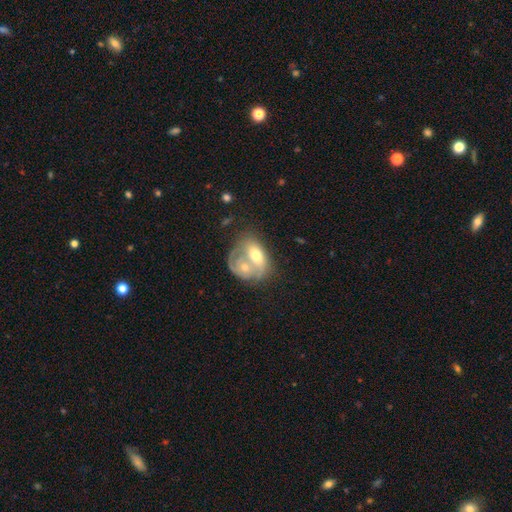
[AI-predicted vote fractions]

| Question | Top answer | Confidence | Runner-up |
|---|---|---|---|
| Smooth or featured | smooth | 52% | featured or disk (42%) |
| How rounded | in between | 77% | round (19%) |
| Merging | merger | 71% | none (14%) |